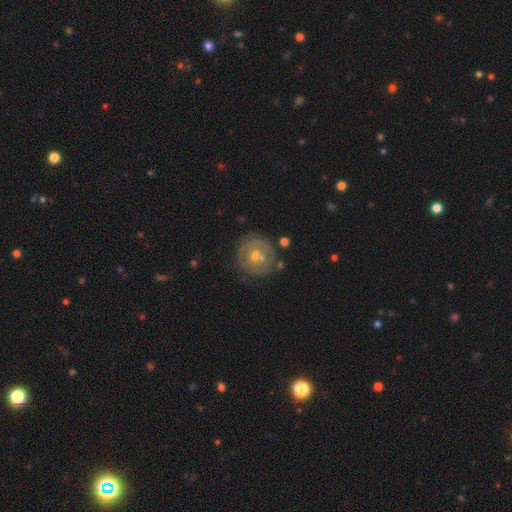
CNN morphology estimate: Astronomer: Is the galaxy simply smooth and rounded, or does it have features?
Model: featured or disk — 60%.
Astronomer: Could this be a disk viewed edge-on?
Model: no — 97%.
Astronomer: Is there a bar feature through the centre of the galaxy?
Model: no — 70%.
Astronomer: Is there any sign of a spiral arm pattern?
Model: yes — 55% (runner-up: no, 45%).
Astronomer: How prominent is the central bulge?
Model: moderate — 58% (runner-up: small, 38%).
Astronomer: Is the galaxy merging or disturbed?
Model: none — 72%.